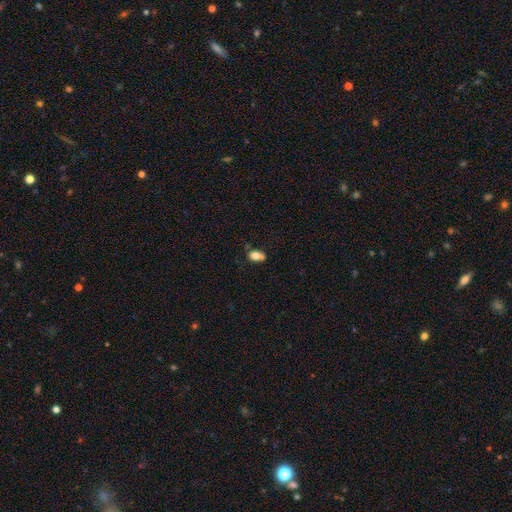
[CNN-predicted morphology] Smooth or featured? Predicted: smooth (p=0.79). How rounded? Predicted: in between (p=0.80). Merging? Predicted: none (p=0.53).